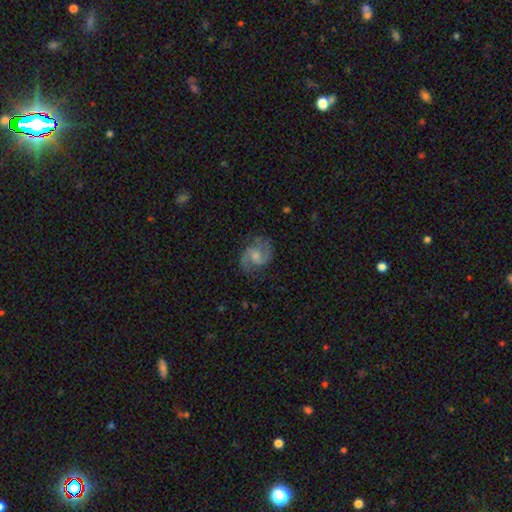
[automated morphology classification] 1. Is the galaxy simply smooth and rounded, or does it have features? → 81% featured or disk, 13% smooth, 6% star or artifact.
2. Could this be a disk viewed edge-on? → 98% no, 2% yes.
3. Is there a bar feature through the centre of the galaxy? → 53% no, 42% weak, 6% strong.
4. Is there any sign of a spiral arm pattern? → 96% yes, 4% no.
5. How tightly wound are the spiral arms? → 56% medium, 26% loose, 18% tight.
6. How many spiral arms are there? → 88% 2, 5% can't tell, 3% 3, 2% 1, 1% 4, 1% more than 4.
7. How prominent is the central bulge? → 43% moderate, 38% small, 12% none, 5% large, 1% dominant.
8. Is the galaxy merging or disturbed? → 72% none, 18% minor disturbance, 9% major disturbance, 1% merger.